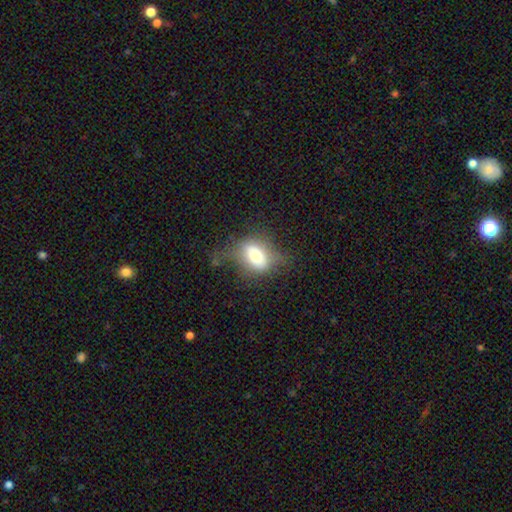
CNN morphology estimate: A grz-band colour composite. It shows a smooth galaxy with no disk features (59%) that is in between round and cigar-shaped (71%). Merging: none (50%).